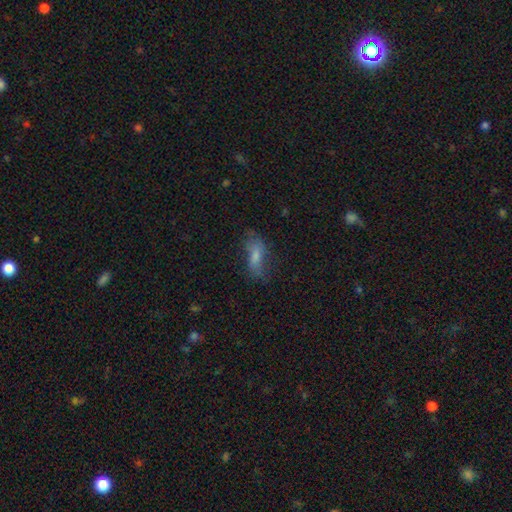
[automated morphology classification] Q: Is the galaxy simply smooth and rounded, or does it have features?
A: smooth — 58%.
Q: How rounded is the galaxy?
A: in between — 71%.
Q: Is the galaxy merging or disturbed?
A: none — 55%.